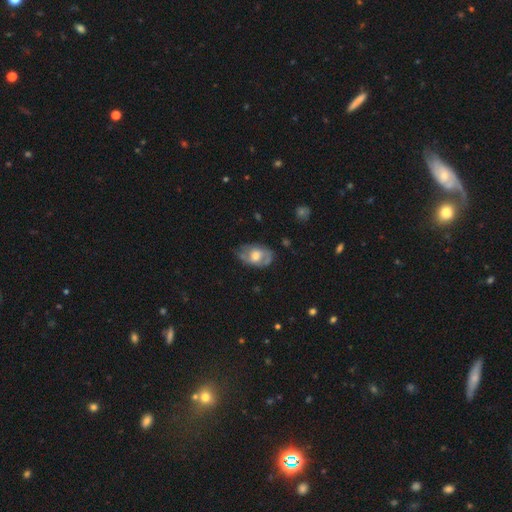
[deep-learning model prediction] This is possibly a featured or disk galaxy (51%). It is clearly not viewed edge-on (93%). Merging: possibly none (58%).